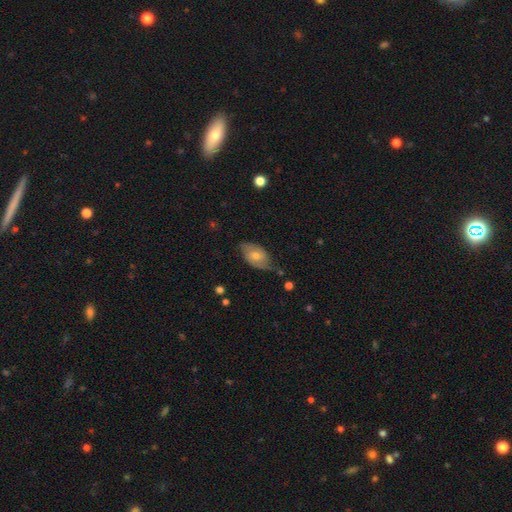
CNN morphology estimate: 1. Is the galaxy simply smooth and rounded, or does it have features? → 58% featured or disk, 33% smooth, 8% star or artifact.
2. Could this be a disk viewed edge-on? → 93% no, 7% yes.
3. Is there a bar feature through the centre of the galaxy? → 66% no, 28% weak, 6% strong.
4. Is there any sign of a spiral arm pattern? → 79% yes, 21% no.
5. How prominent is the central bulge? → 55% moderate, 39% small, 3% large, 2% none, 1% dominant.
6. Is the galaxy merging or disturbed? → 64% none, 26% minor disturbance, 8% major disturbance, 2% merger.